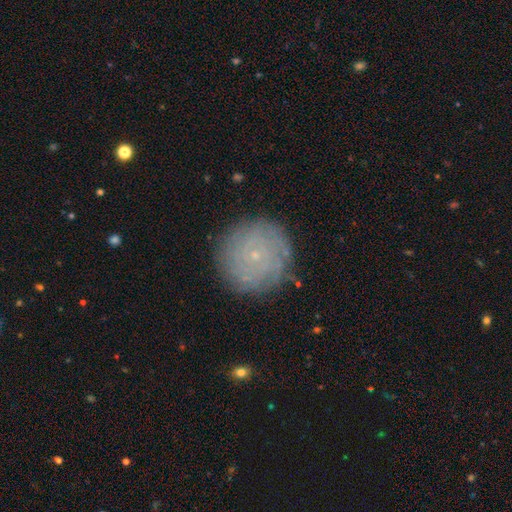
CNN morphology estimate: Smooth or featured?
  - featured or disk: 51% *
  - smooth: 38%
  - star or artifact: 11%
Edge-on disk?
  - no: 97% *
  - yes: 3%
Merging?
  - none: 85% *
  - minor disturbance: 11%
  - major disturbance: 3%
  - merger: 1%